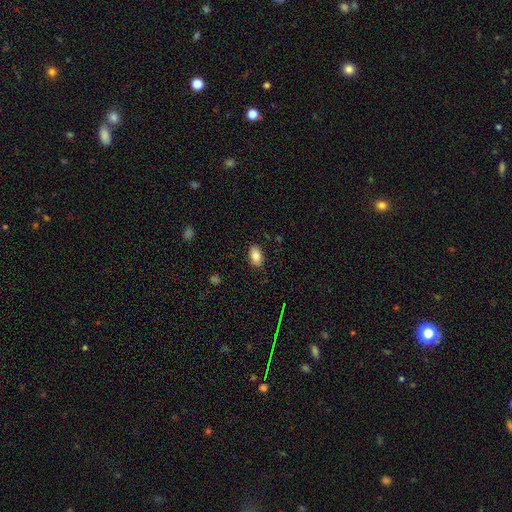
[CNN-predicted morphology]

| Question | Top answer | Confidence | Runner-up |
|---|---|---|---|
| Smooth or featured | smooth | 85% | star or artifact (8%) |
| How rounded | in between | 91% | round (7%) |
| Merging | none | 85% | minor disturbance (11%) |